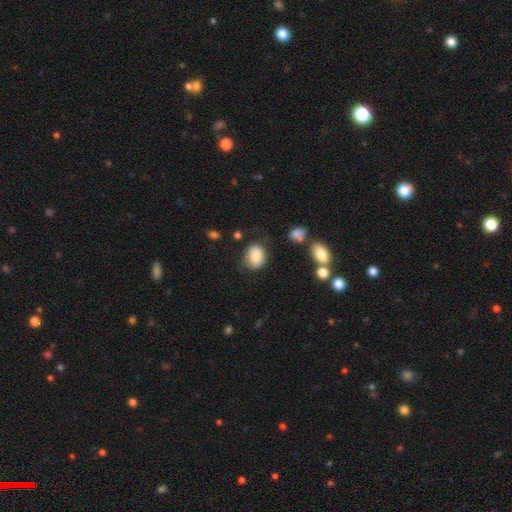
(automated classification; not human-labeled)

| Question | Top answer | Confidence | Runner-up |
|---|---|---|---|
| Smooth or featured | smooth | 83% | featured or disk (9%) |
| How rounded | in between | 59% | round (40%) |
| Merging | none | 65% | minor disturbance (24%) |